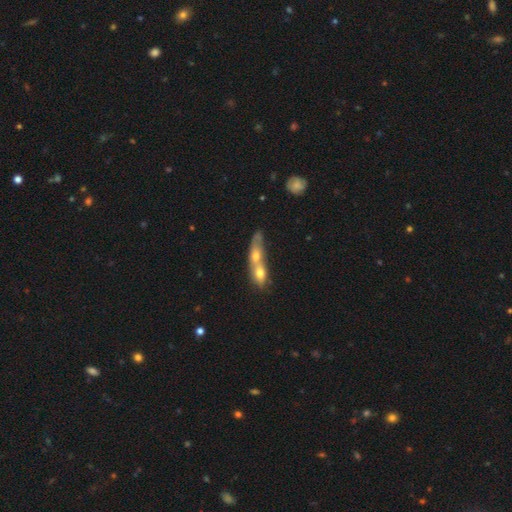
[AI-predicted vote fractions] Smooth or featured?
  - smooth: 57% *
  - featured or disk: 34%
  - star or artifact: 9%
How rounded?
  - in between: 47% *
  - cigar-shaped: 41%
  - round: 13%
Merging?
  - merger: 77% *
  - none: 14%
  - minor disturbance: 5%
  - major disturbance: 4%